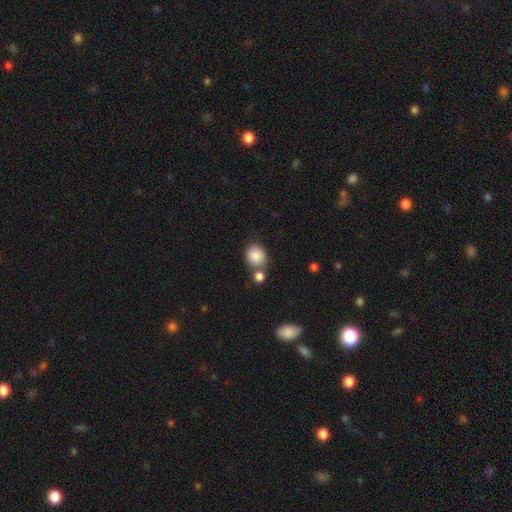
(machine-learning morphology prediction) smooth 85%, star or artifact 9%, featured or disk 7%. Down the decision tree: how rounded — round (80%); merging — none (56%).